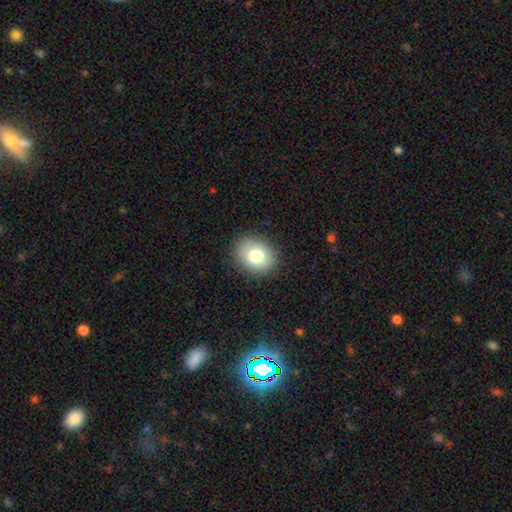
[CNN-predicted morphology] This appears to be a smooth galaxy with no disk features (78%) that is in between round and cigar-shaped (51%). Merging: none (88%).